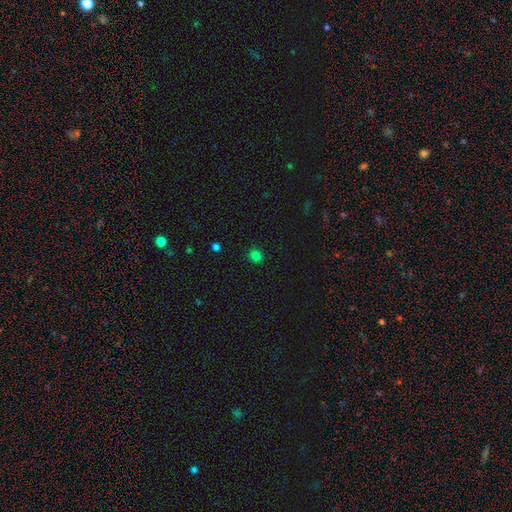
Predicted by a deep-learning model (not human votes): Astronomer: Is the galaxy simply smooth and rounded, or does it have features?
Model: smooth — 80%.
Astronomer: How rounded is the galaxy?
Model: round — 81%.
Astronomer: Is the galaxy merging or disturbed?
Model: none — 90%.